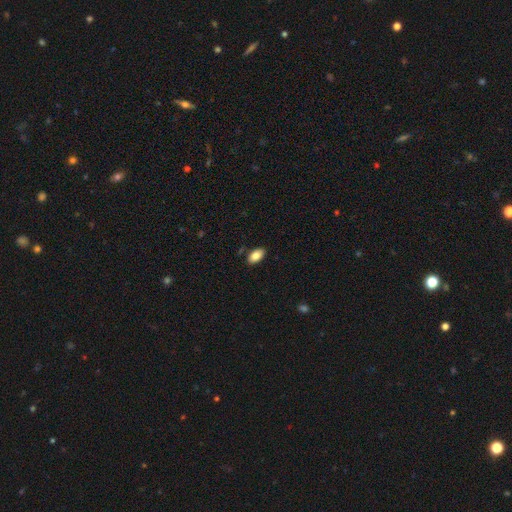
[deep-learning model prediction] A smooth galaxy with no disk features (86%) that is in between round and cigar-shaped (94%).

Vote fractions:
- Smooth or featured? smooth: 86% / star or artifact: 7% / featured or disk: 7%
- How rounded? in between: 94% / round: 4% / cigar-shaped: 3%
- Merging? none: 86% / minor disturbance: 10% / major disturbance: 2% / merger: 2%